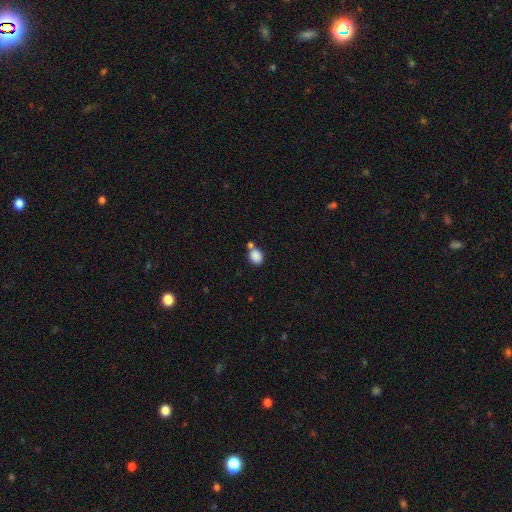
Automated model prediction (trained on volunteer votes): Smooth or featured? Predicted: smooth (p=0.87). How rounded? Predicted: round (p=0.63). Merging? Predicted: none (p=0.56).